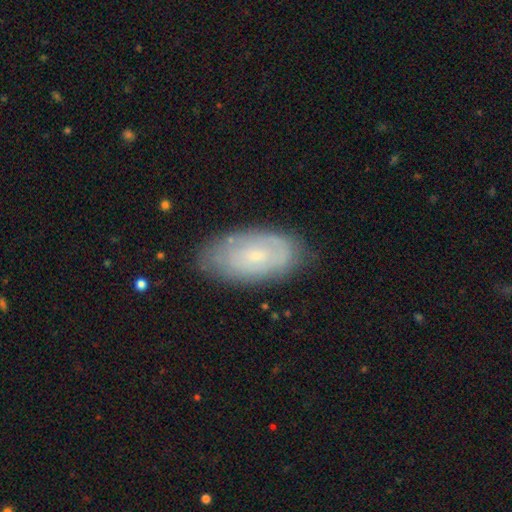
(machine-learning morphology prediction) A featured or disk galaxy (52%). Merging: none (74%).